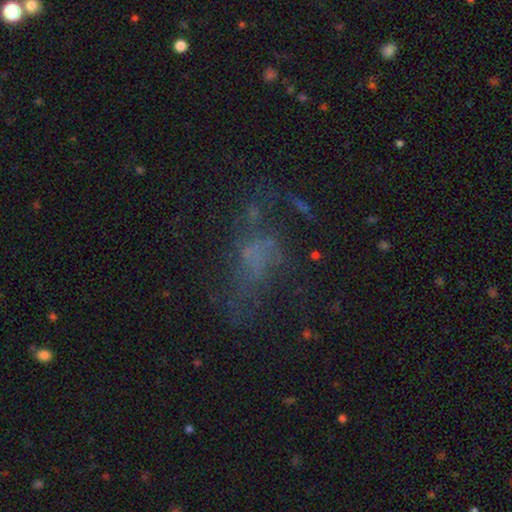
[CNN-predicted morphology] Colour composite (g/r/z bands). It shows a featured or disk galaxy (41%). Merging: none (43%).